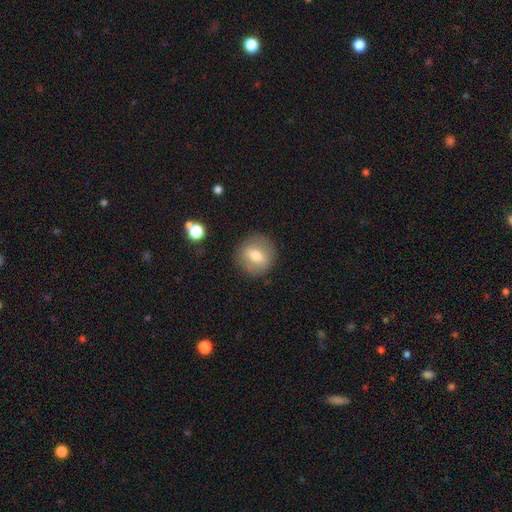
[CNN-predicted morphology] smooth-or-featured: smooth: 63% | featured or disk: 29% | star or artifact: 8%
  how-rounded: round: 85% | in between: 14% | cigar-shaped: 1%
  merging: none: 85% | minor disturbance: 10% | major disturbance: 4% | merger: 1%